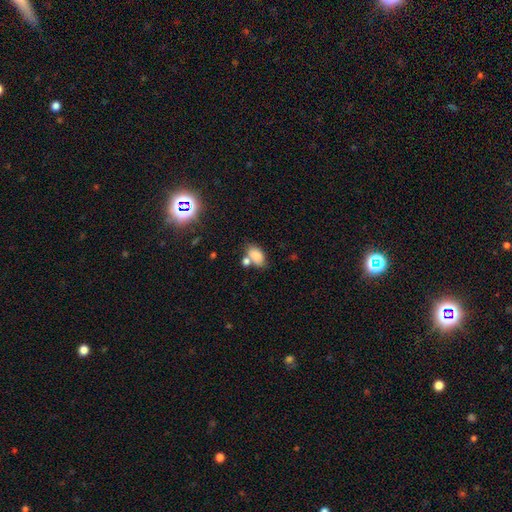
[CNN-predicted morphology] smooth-or-featured: smooth: 80% | star or artifact: 10% | featured or disk: 10%
  how-rounded: in between: 89% | round: 9% | cigar-shaped: 2%
  merging: none: 49% | merger: 30% | minor disturbance: 16% | major disturbance: 5%